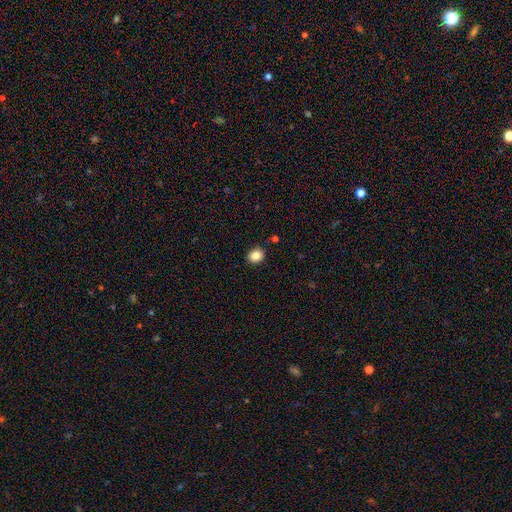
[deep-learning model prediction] Smooth or featured?
  - smooth: 85% *
  - star or artifact: 10%
  - featured or disk: 5%
How rounded?
  - round: 63% *
  - in between: 36%
  - cigar-shaped: 1%
Merging?
  - none: 88% *
  - minor disturbance: 8%
  - major disturbance: 2%
  - merger: 2%